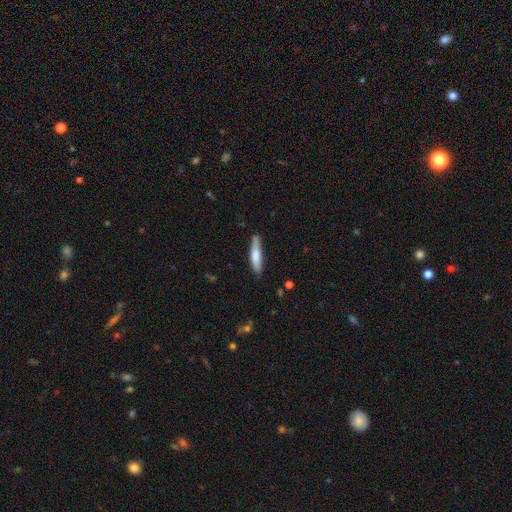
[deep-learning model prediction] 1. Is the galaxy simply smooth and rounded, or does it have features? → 67% smooth, 27% featured or disk, 5% star or artifact.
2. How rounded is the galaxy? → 82% cigar-shaped, 16% in between, 1% round.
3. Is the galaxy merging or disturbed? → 76% none, 19% minor disturbance, 3% major disturbance, 2% merger.